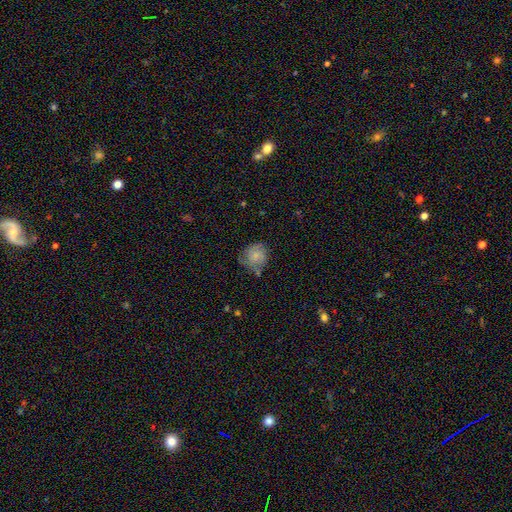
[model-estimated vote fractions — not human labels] A smooth galaxy with no disk features (57%) that is round (79%). Merging: none (57%).